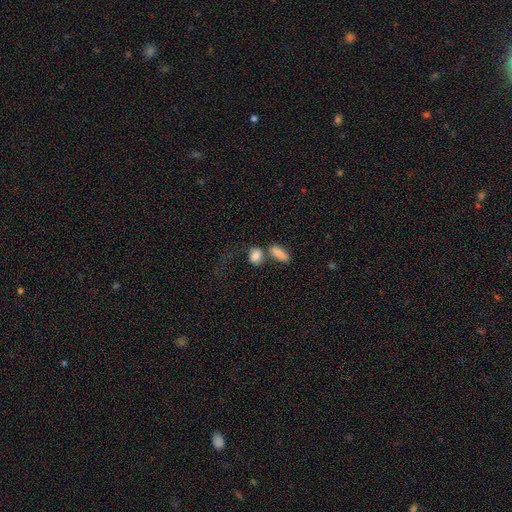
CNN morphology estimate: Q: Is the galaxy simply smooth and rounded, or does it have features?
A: smooth — 81%.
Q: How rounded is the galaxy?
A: in between — 71%.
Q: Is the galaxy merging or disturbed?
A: merger — 45%.